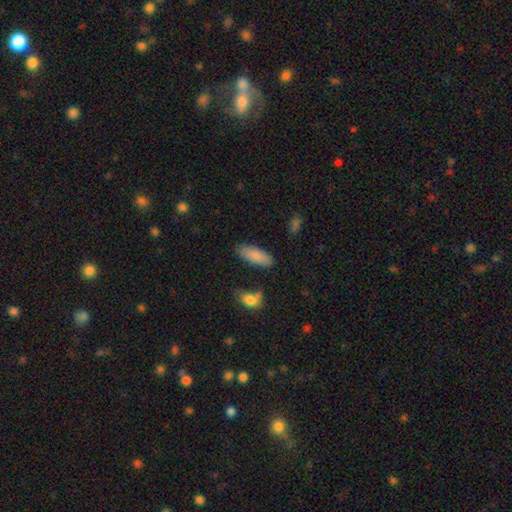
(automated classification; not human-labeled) Smooth or featured? smooth (84%)
How rounded? in between (75%)
Merging? none (78%)